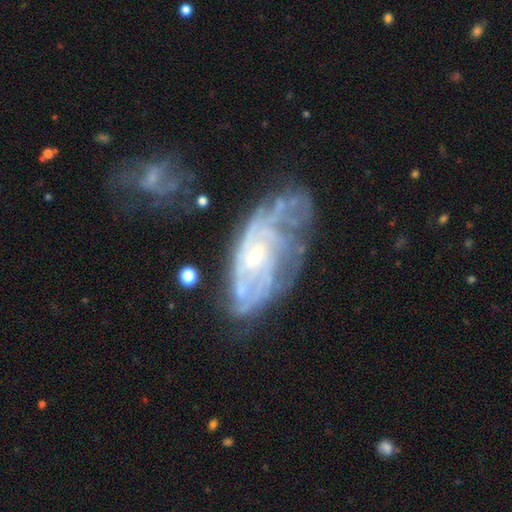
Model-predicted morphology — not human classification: This is clearly a featured or disk galaxy (81%). It is clearly not viewed edge-on (94%). Bar: likely no (66%). Spiral arm pattern: clearly yes (86%). Spiral arm count: possibly can't tell (50%). Spiral winding: possibly tight (57%). Central bulge: likely small (68%). Merging: possibly none (51%).